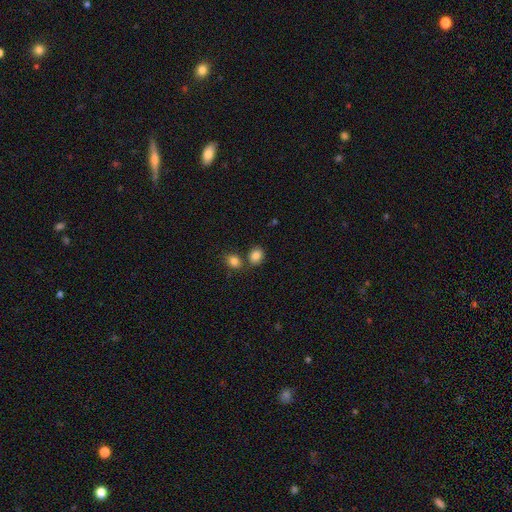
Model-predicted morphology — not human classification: smooth 84%, star or artifact 10%, featured or disk 6%. Down the decision tree: how rounded — in between (53%); merging — none (64%).